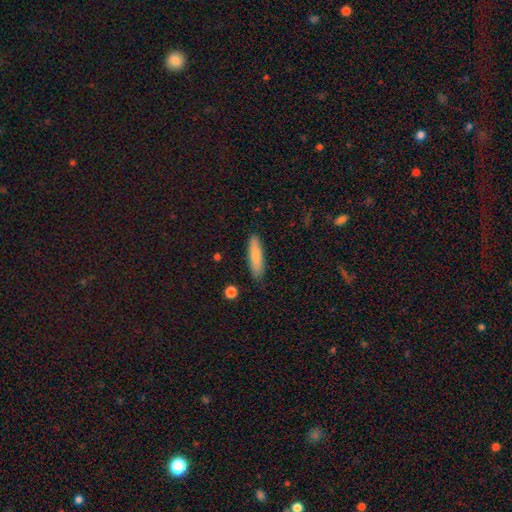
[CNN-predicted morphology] smooth 79%, featured or disk 14%, star or artifact 6%. Down the decision tree: how rounded — cigar-shaped (73%); merging — none (86%).